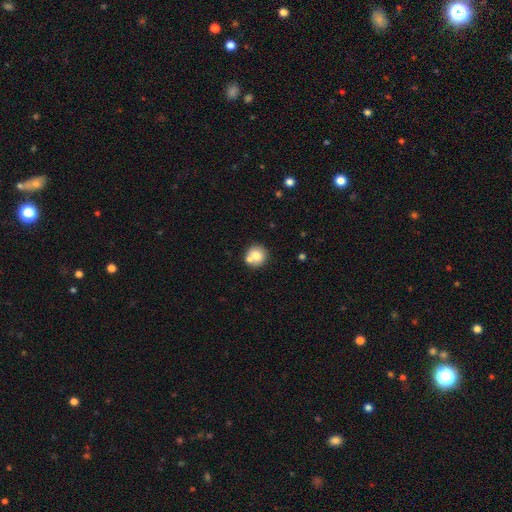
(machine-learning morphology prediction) This is likely a smooth galaxy (74%). How rounded: clearly round (87%). Merging: likely none (62%).